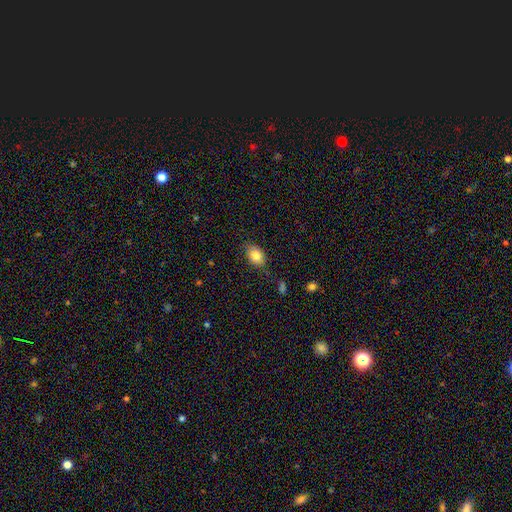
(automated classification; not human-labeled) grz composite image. It shows a smooth galaxy with no disk features (83%) that is in between round and cigar-shaped (80%). Merging: none (81%).